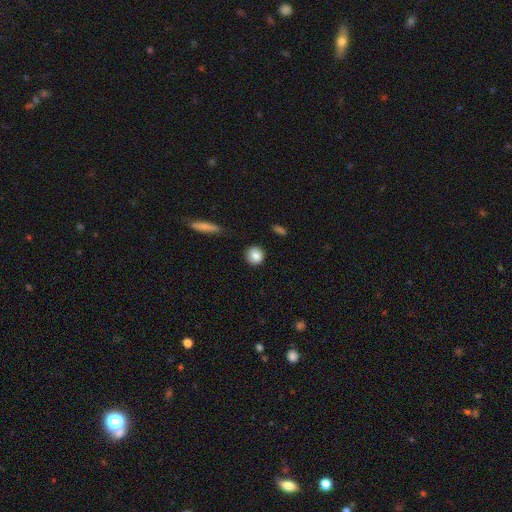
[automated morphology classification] type=smooth (86%); roundness=round (86%); merging=none (88%).